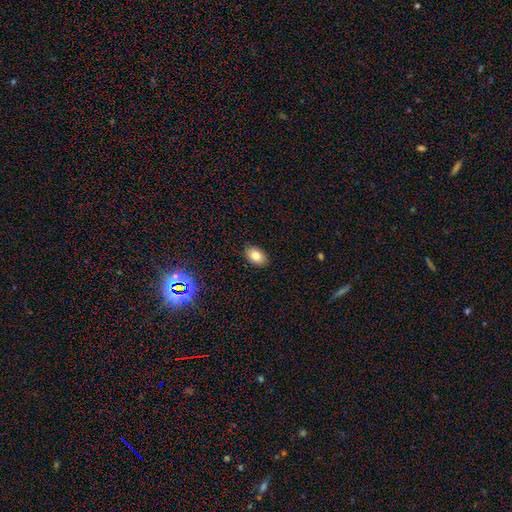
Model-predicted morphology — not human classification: smooth 80%, featured or disk 10%, star or artifact 10%. Down the decision tree: how rounded — in between (82%); merging — none (85%).